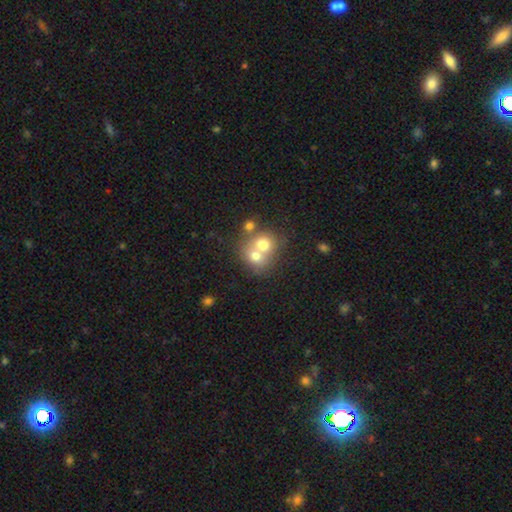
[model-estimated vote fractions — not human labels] smooth 68%, featured or disk 21%, star or artifact 11%. Down the decision tree: how rounded — round (72%); merging — merger (68%).